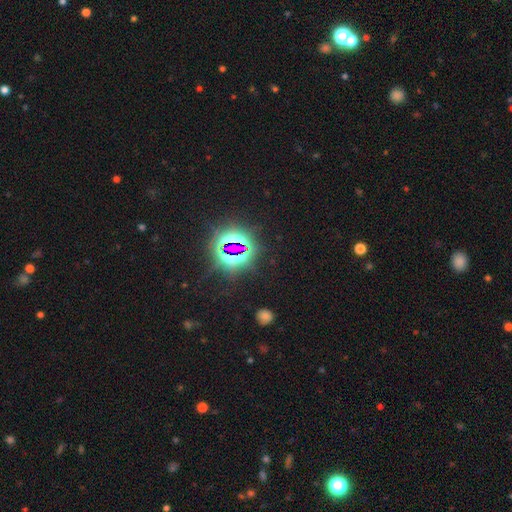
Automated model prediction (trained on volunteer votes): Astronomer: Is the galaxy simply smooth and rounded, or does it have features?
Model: star or artifact — 79%.